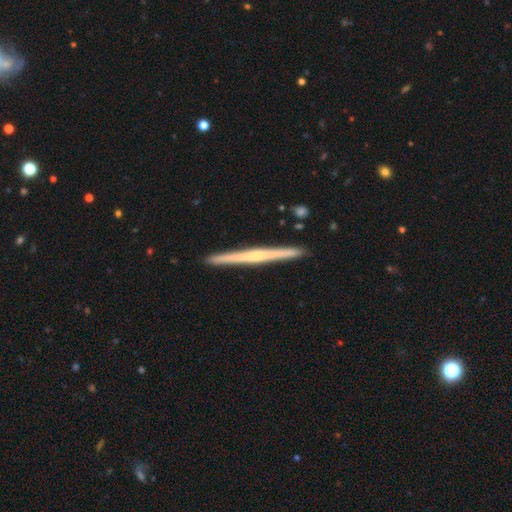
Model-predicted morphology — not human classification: Smooth or featured? Predicted: featured or disk (p=0.69). Edge-on disk? Predicted: yes (p=0.98). Edge-on bulge? Predicted: none (p=0.50). Merging? Predicted: none (p=0.93).